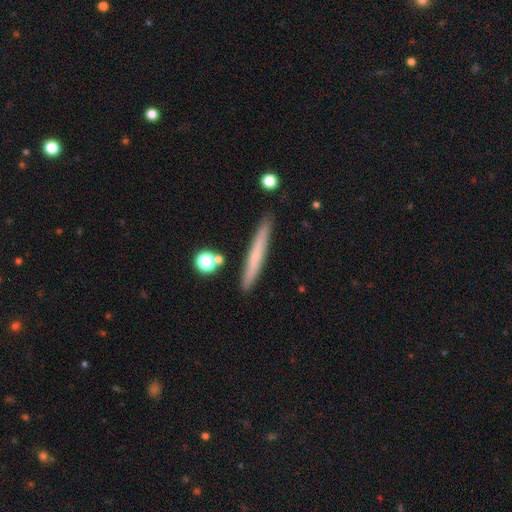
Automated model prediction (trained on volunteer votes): A smooth galaxy with no disk features (57%) that is cigar-shaped (96%).

Vote fractions:
- Smooth or featured? smooth: 57% / featured or disk: 36% / star or artifact: 7%
- How rounded? cigar-shaped: 96% / in between: 3% / round: 2%
- Merging? none: 87% / minor disturbance: 8% / merger: 3% / major disturbance: 2%